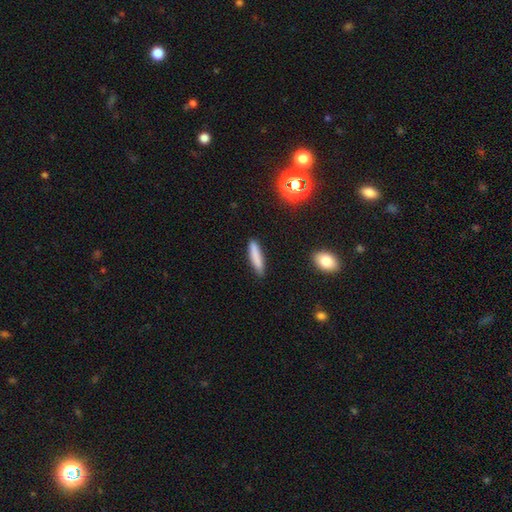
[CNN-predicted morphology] The model was most divided on "how rounded": cigar-shaped: 85%, in between: 13%, round: 2%. More confident: merging — none (86%); smooth or featured — smooth (82%).